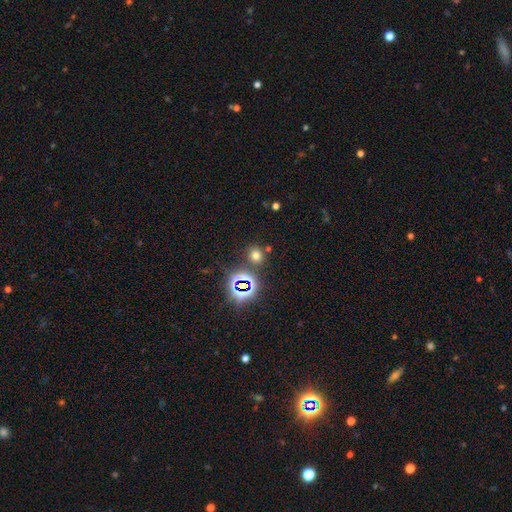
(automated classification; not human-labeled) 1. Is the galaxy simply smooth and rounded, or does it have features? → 61% smooth, 32% star or artifact, 7% featured or disk.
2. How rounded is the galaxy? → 71% round, 28% in between, 1% cigar-shaped.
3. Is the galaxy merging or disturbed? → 78% none, 9% minor disturbance, 9% merger, 4% major disturbance.